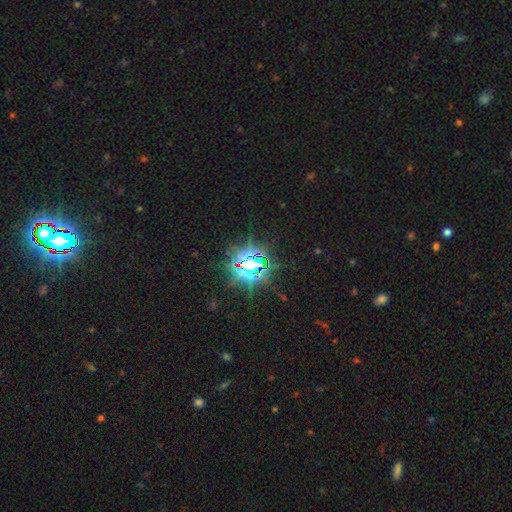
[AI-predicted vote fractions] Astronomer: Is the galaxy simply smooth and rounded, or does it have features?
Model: star or artifact — 82%.